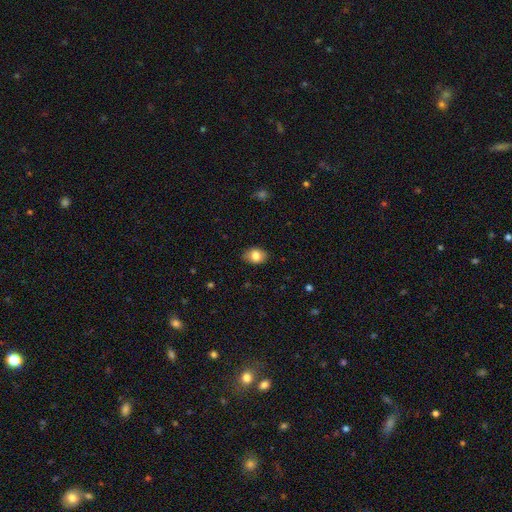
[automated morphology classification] This is clearly a smooth galaxy (82%). How rounded: likely in between (70%). Merging: clearly none (85%).